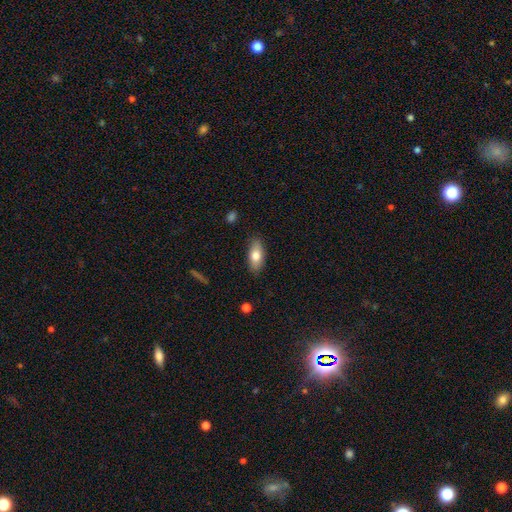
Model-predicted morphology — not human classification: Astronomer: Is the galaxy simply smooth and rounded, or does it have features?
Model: smooth — 73%.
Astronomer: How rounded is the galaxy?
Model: in between — 83%.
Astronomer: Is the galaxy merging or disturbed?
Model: none — 85%.